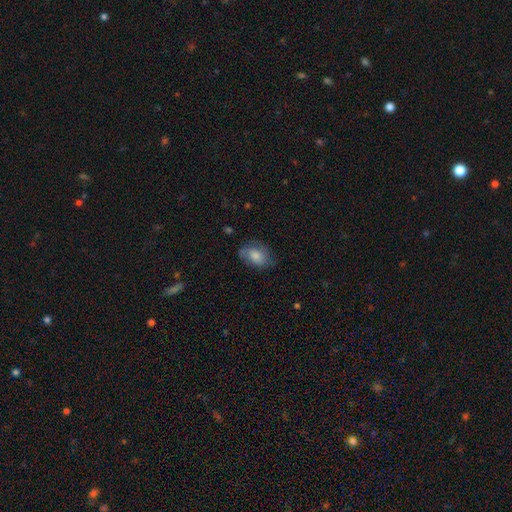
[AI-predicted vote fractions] A smooth galaxy with no disk features (67%) that is in between round and cigar-shaped (80%).

Vote fractions:
- Smooth or featured? smooth: 67% / featured or disk: 26% / star or artifact: 8%
- How rounded? in between: 80% / round: 18% / cigar-shaped: 2%
- Merging? none: 64% / minor disturbance: 25% / major disturbance: 9% / merger: 2%